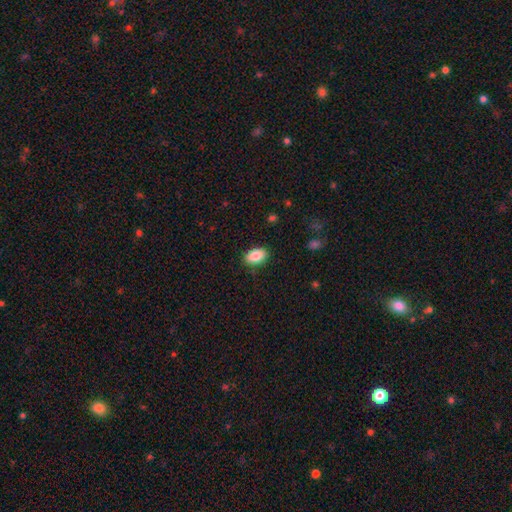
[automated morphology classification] This appears to be a smooth galaxy with no disk features (87%) that is in between round and cigar-shaped (92%). Merging: none (87%).